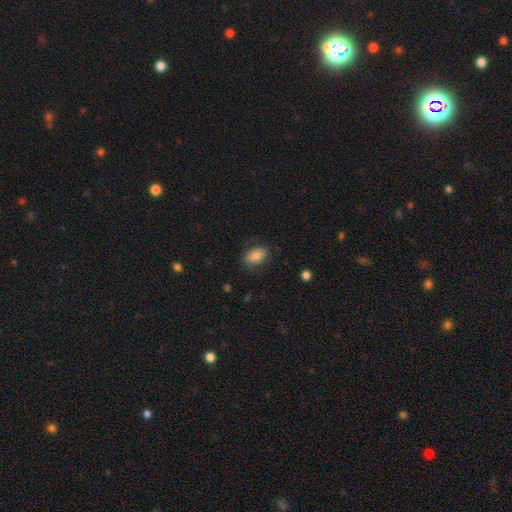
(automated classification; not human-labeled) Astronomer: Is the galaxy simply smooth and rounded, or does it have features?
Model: smooth — 78%.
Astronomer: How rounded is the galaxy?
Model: in between — 84%.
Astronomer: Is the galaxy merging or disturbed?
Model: none — 74%.